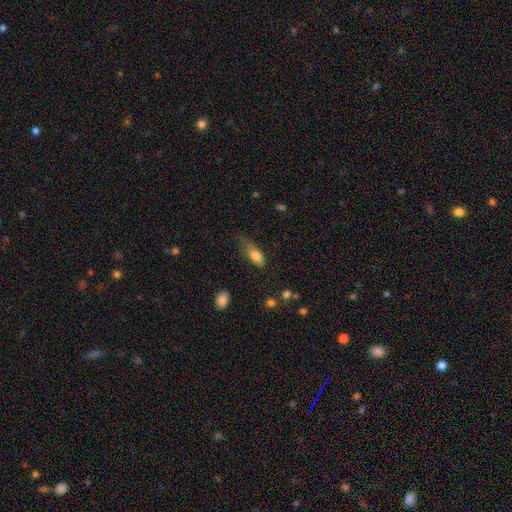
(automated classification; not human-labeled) A smooth galaxy with no disk features (80%) that is in between round and cigar-shaped (82%).

Vote fractions:
- Smooth or featured? smooth: 80% / featured or disk: 12% / star or artifact: 8%
- How rounded? in between: 82% / cigar-shaped: 14% / round: 4%
- Merging? minor disturbance: 38% / none: 36% / major disturbance: 24% / merger: 2%